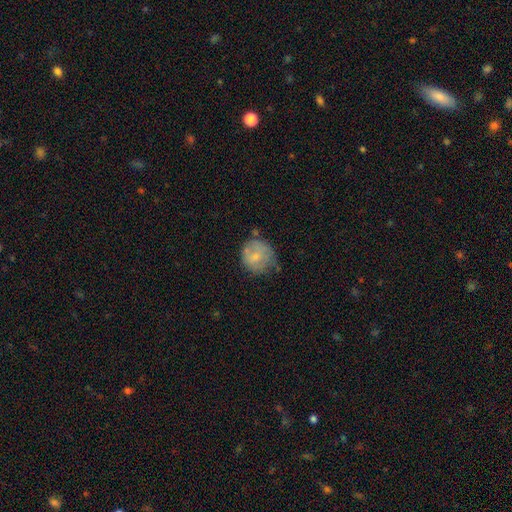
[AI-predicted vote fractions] Smooth or featured?
  - smooth: 68% *
  - featured or disk: 24%
  - star or artifact: 8%
How rounded?
  - round: 86% *
  - in between: 13%
  - cigar-shaped: 1%
Merging?
  - none: 52% *
  - minor disturbance: 31%
  - major disturbance: 11%
  - merger: 6%